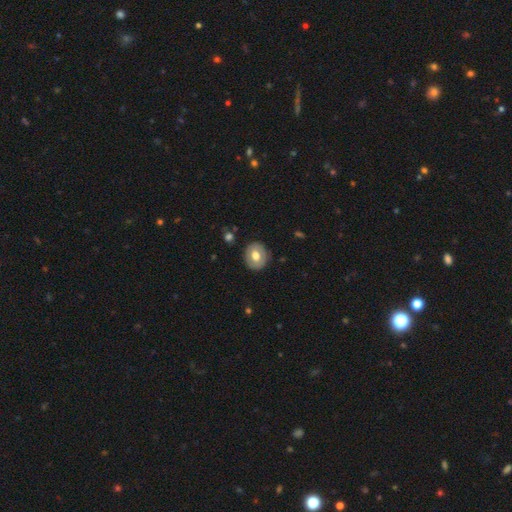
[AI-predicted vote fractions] Smooth or featured?
  - smooth: 62% *
  - featured or disk: 31%
  - star or artifact: 7%
How rounded?
  - round: 70% *
  - in between: 29%
  - cigar-shaped: 1%
Merging?
  - none: 87% *
  - minor disturbance: 9%
  - major disturbance: 2%
  - merger: 1%